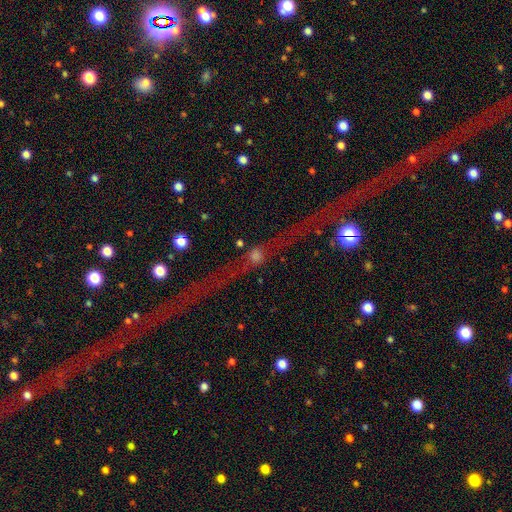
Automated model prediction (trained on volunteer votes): featured or disk 47%, smooth 26%, star or artifact 26%. Down the decision tree: merging — none (57%).